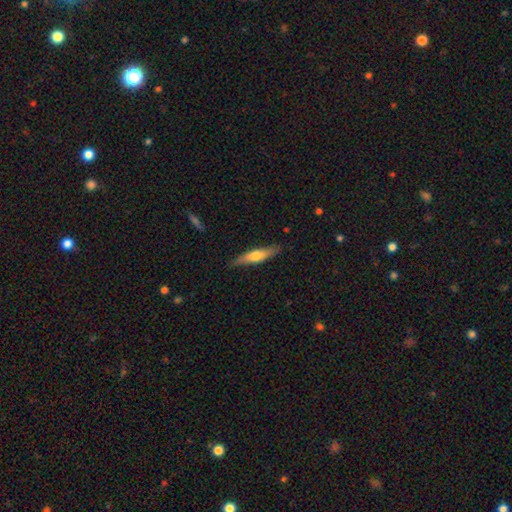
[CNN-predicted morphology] This is possibly a smooth galaxy (53%). How rounded: clearly cigar-shaped (81%). Merging: clearly none (83%).